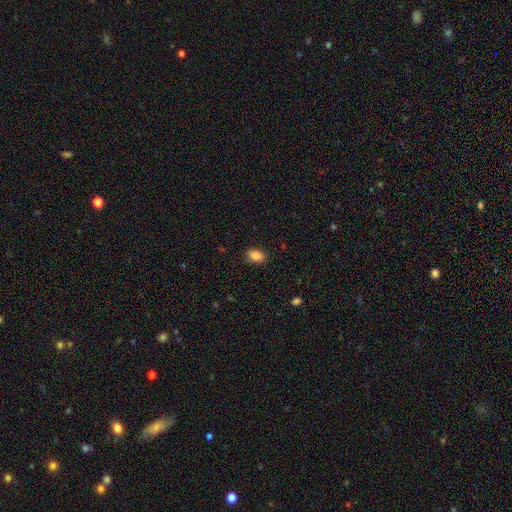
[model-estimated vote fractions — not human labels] Q: Smooth or featured?
A: smooth (86%); runner-up: star or artifact (9%)
Q: How rounded?
A: in between (78%); runner-up: round (20%)
Q: Merging?
A: none (84%); runner-up: minor disturbance (12%)